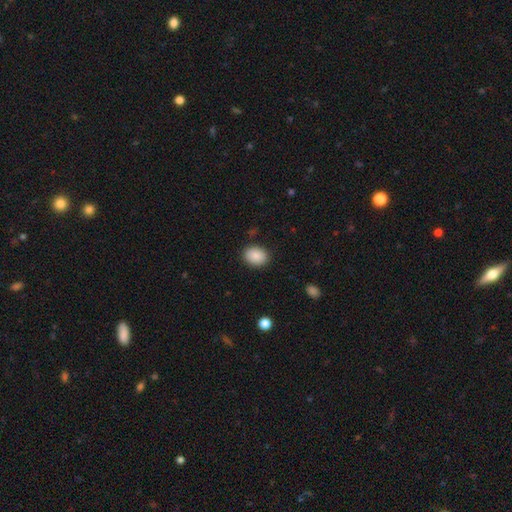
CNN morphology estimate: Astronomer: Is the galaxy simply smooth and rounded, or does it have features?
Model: smooth — 88%.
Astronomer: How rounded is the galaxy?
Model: in between — 60% (runner-up: round, 39%).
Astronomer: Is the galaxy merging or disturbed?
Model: none — 88%.